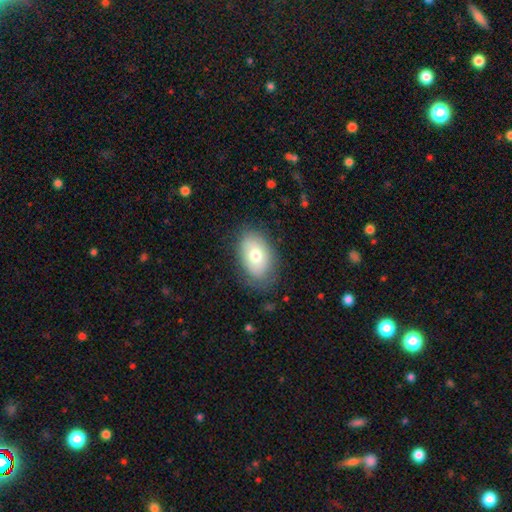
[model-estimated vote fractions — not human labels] A smooth galaxy with no disk features (72%) that is in between round and cigar-shaped (87%).

Vote fractions:
- Smooth or featured? smooth: 72% / featured or disk: 20% / star or artifact: 8%
- How rounded? in between: 87% / round: 12% / cigar-shaped: 1%
- Merging? none: 77% / minor disturbance: 17% / major disturbance: 5% / merger: 1%